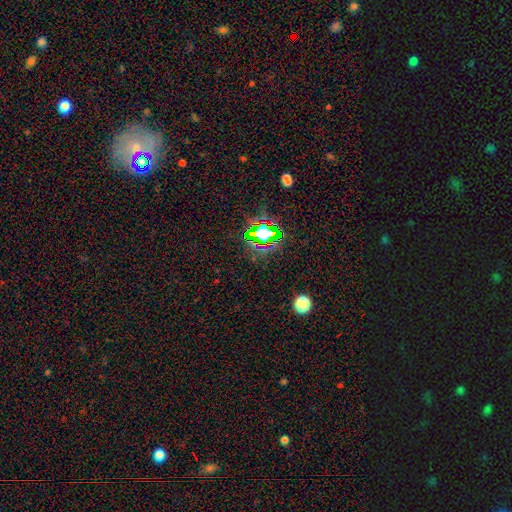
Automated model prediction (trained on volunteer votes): This is likely a star or artifact rather than a galaxy (78%).